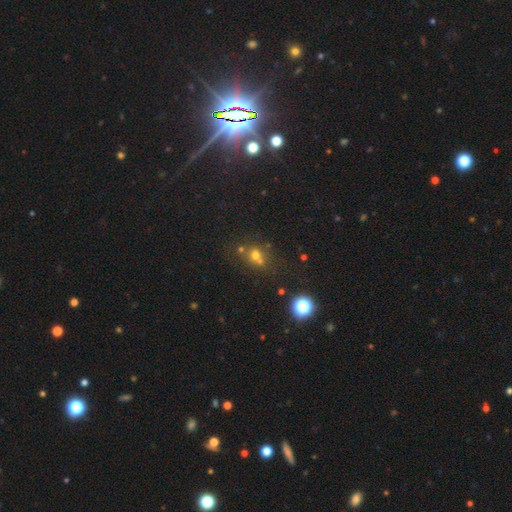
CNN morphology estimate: Smooth or featured?
  - smooth: 60% *
  - star or artifact: 27%
  - featured or disk: 14%
How rounded?
  - round: 80% *
  - in between: 19%
  - cigar-shaped: 1%
Merging?
  - none: 50% *
  - merger: 36%
  - minor disturbance: 9%
  - major disturbance: 5%